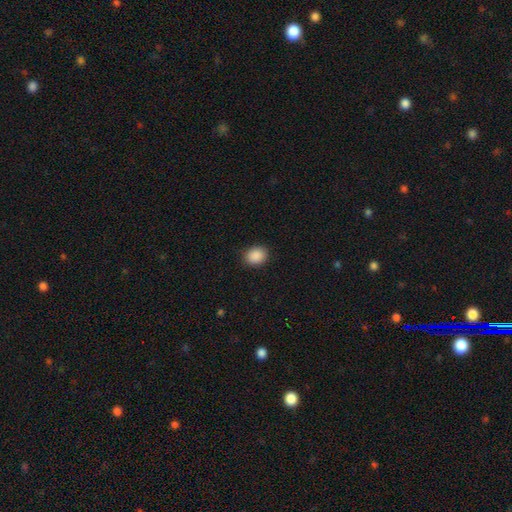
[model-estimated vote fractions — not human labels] Overall: smooth (89%). How rounded: round (54%; in between 45%). Merging: none (89%).